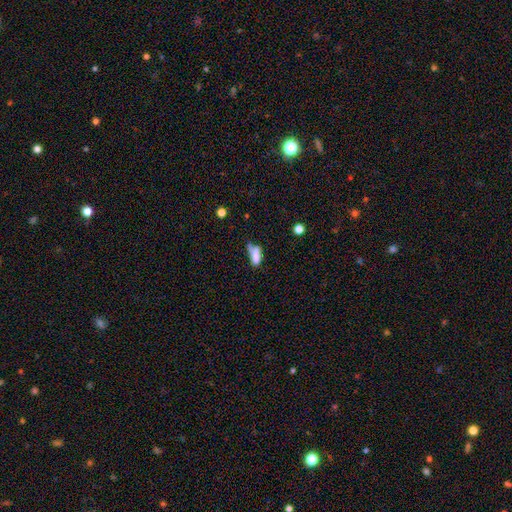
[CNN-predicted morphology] Smooth or featured?
  - smooth: 67% *
  - featured or disk: 21%
  - star or artifact: 12%
How rounded?
  - in between: 59% *
  - cigar-shaped: 36%
  - round: 5%
Merging?
  - none: 29% *
  - merger: 26%
  - major disturbance: 22%
  - minor disturbance: 22%